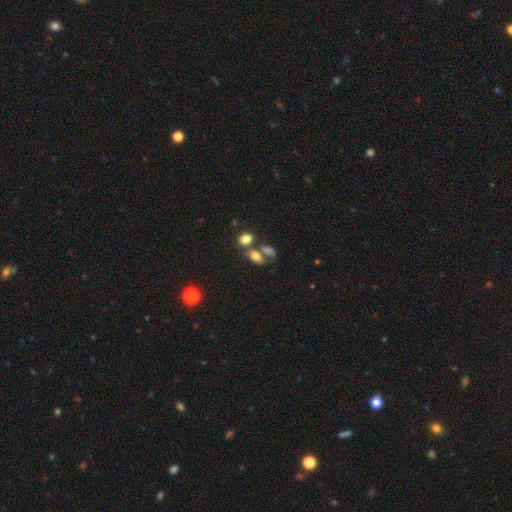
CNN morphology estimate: A smooth galaxy with no disk features (76%) that is in between round and cigar-shaped (83%).

Vote fractions:
- Smooth or featured? smooth: 76% / star or artifact: 13% / featured or disk: 11%
- How rounded? in between: 83% / round: 14% / cigar-shaped: 3%
- Merging? none: 45% / merger: 36% / minor disturbance: 13% / major disturbance: 7%